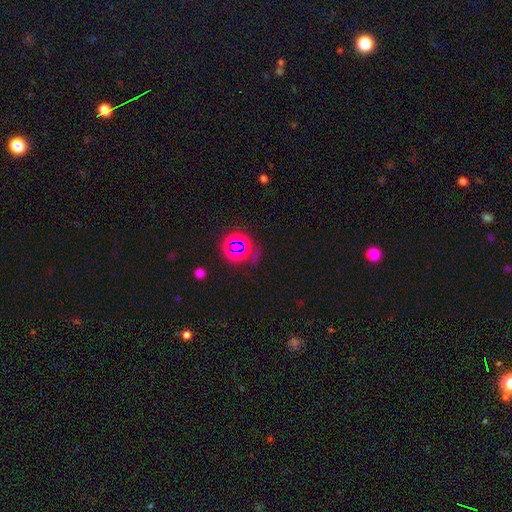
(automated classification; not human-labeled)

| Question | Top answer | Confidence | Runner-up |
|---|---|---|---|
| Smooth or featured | star or artifact | 66% | smooth (25%) |